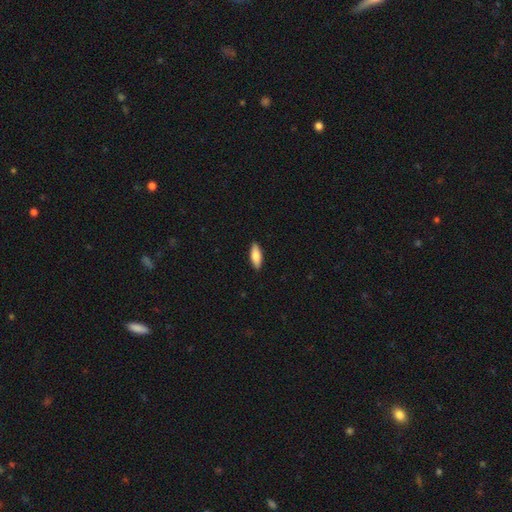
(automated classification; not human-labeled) Smooth or featured?
  - smooth: 79% *
  - featured or disk: 16%
  - star or artifact: 6%
How rounded?
  - in between: 65% *
  - cigar-shaped: 33%
  - round: 2%
Merging?
  - none: 90% *
  - minor disturbance: 7%
  - major disturbance: 1%
  - merger: 1%